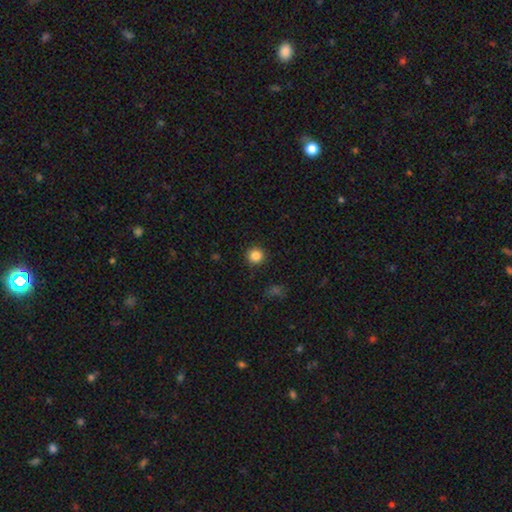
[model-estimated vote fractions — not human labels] smooth_or_featured: smooth (p=0.85) [alt: star or artifact p=0.11]
how_rounded: round (p=0.94) [alt: in between p=0.05]
merging: none (p=0.92) [alt: minor disturbance p=0.05]